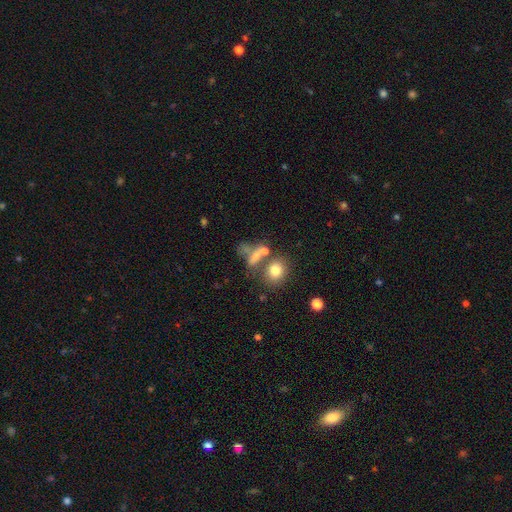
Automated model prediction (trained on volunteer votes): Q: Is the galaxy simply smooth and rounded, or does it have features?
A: smooth — 62%.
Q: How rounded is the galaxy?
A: in between — 58%.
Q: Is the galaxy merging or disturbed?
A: merger — 38%.